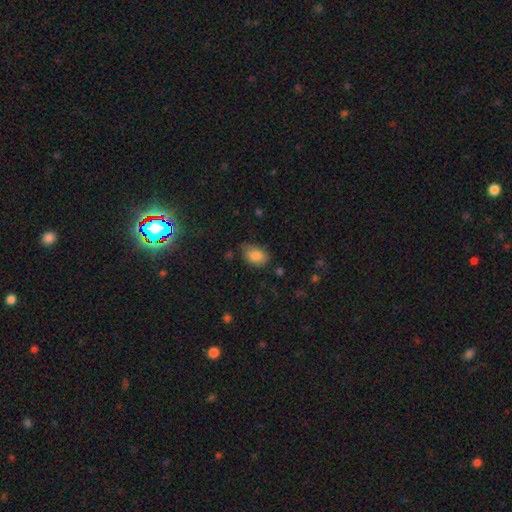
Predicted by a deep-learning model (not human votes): Morphology: type=smooth (84%); roundness=in between (84%); merging=none (61%).